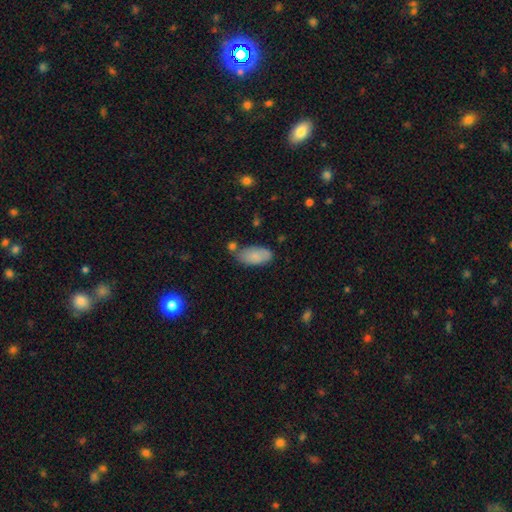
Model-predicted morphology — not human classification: Smooth or featured? Predicted: smooth (p=0.81). How rounded? Predicted: in between (p=0.92). Merging? Predicted: none (p=0.63).